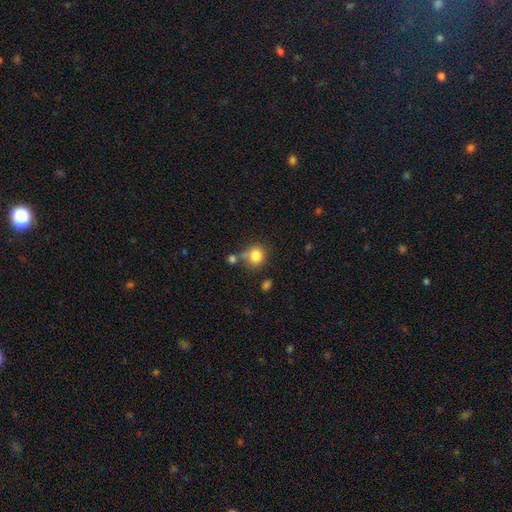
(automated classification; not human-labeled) This appears to be a smooth galaxy with no disk features (81%) that is round (79%). Merging: none (55%).